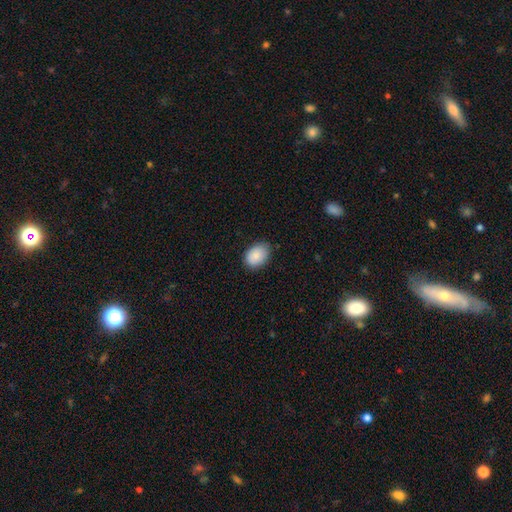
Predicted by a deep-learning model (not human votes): smooth-or-featured: smooth: 88% | star or artifact: 7% | featured or disk: 6%
  how-rounded: in between: 75% | round: 24% | cigar-shaped: 1%
  merging: none: 80% | minor disturbance: 16% | major disturbance: 3% | merger: 1%